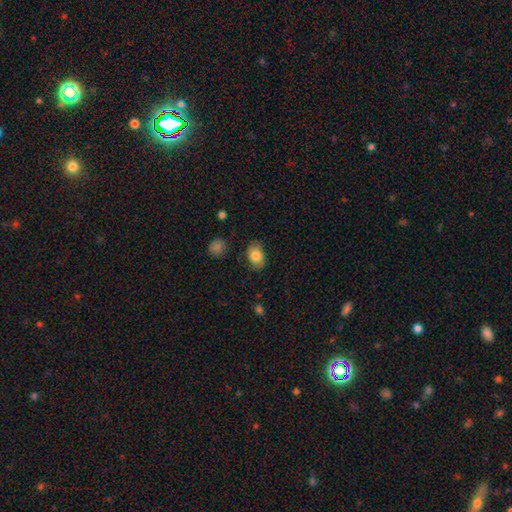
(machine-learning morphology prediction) Q: Smooth or featured?
A: smooth (82%); runner-up: featured or disk (11%)
Q: How rounded?
A: in between (82%); runner-up: round (17%)
Q: Merging?
A: none (76%); runner-up: minor disturbance (18%)